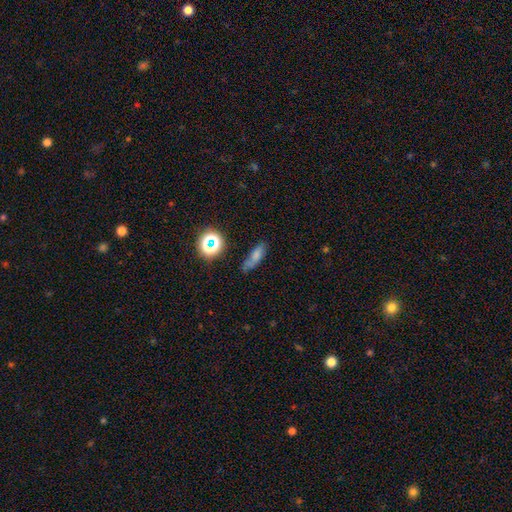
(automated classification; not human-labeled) A smooth galaxy with no disk features (68%) that is in between round and cigar-shaped (53%). Merging: none (58%).